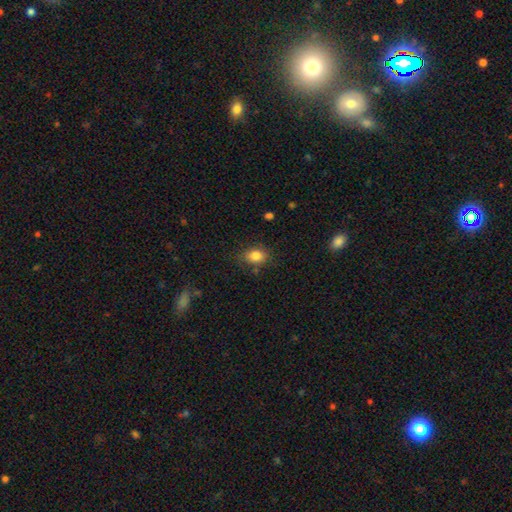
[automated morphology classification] A smooth galaxy with no disk features (83%) that is in between round and cigar-shaped (60%). Merging: none (78%).